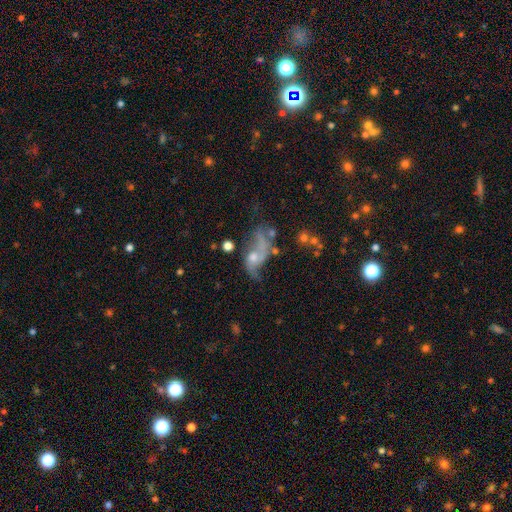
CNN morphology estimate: A featured or disk galaxy (70%) with no bar (71%), 2 (78%) loose (82%) spiral arms (78%) and a moderate central bulge (42%).

Vote fractions:
- Smooth or featured? featured or disk: 70% / smooth: 19% / star or artifact: 11%
- Edge-on disk? no: 94% / yes: 6%
- Bar? no: 71% / weak: 24% / strong: 5%
- Spiral arms? yes: 78% / no: 22%
- Spiral winding? loose: 82% / medium: 14% / tight: 4%
- Spiral arm count? 2: 78% / 1: 9% / can't tell: 7% / 3: 2% / 4: 2% / more than 4: 1%
- Bulge size? moderate: 42% / small: 41% / none: 12% / large: 5% / dominant: 2%
- Merging? none: 33% / major disturbance: 32% / minor disturbance: 20% / merger: 16%